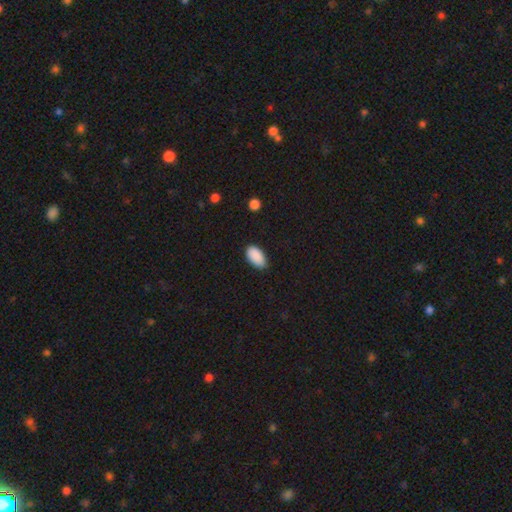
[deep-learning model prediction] This appears to be a smooth galaxy with no disk features (90%) that is in between round and cigar-shaped (95%). Merging: none (82%).